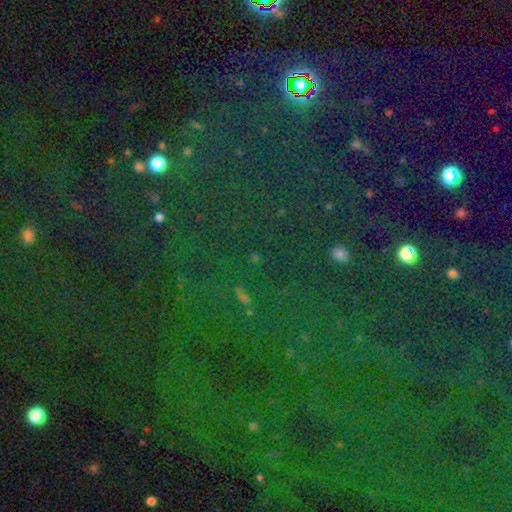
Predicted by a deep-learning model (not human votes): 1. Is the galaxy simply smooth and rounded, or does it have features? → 70% star or artifact, 22% smooth, 9% featured or disk.